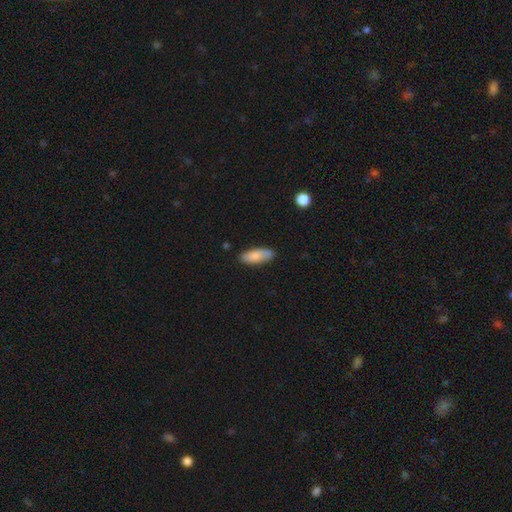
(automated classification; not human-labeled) Smooth or featured?
  - smooth: 83% *
  - featured or disk: 11%
  - star or artifact: 6%
How rounded?
  - in between: 73% *
  - cigar-shaped: 25%
  - round: 2%
Merging?
  - none: 82% *
  - minor disturbance: 14%
  - major disturbance: 2%
  - merger: 2%